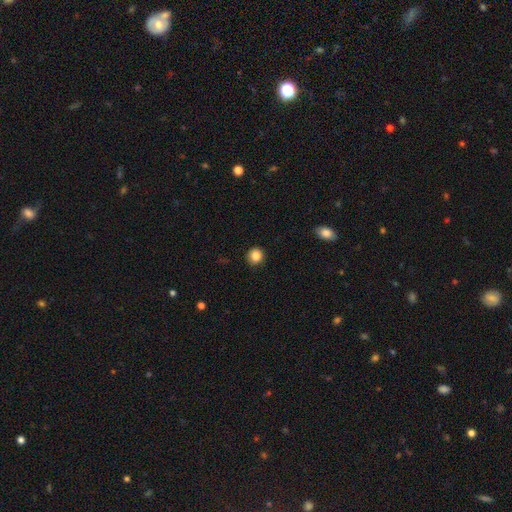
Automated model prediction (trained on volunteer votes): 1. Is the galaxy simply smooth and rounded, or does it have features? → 85% smooth, 10% star or artifact, 5% featured or disk.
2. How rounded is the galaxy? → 92% round, 7% in between, 1% cigar-shaped.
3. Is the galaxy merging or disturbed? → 91% none, 6% minor disturbance, 2% major disturbance, 1% merger.